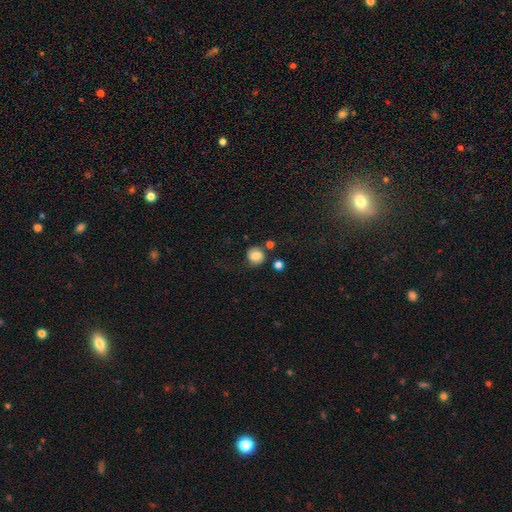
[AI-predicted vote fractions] Smooth or featured?
  - smooth: 78% *
  - featured or disk: 13%
  - star or artifact: 10%
How rounded?
  - round: 88% *
  - in between: 11%
  - cigar-shaped: 1%
Merging?
  - none: 69% *
  - minor disturbance: 17%
  - major disturbance: 7%
  - merger: 7%